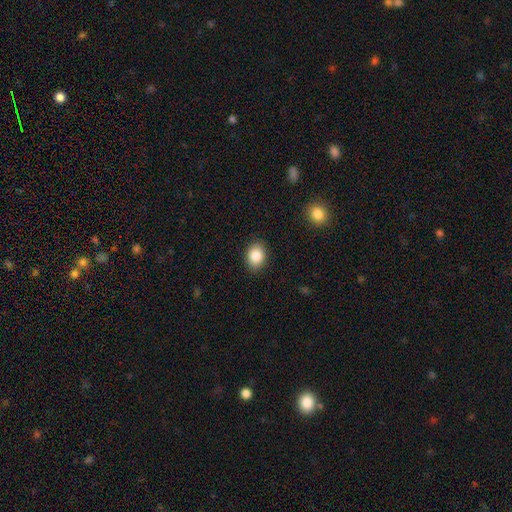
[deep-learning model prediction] Smooth or featured?
  - smooth: 86% *
  - star or artifact: 8%
  - featured or disk: 5%
How rounded?
  - in between: 66% *
  - round: 33%
  - cigar-shaped: 1%
Merging?
  - none: 88% *
  - minor disturbance: 9%
  - major disturbance: 2%
  - merger: 1%